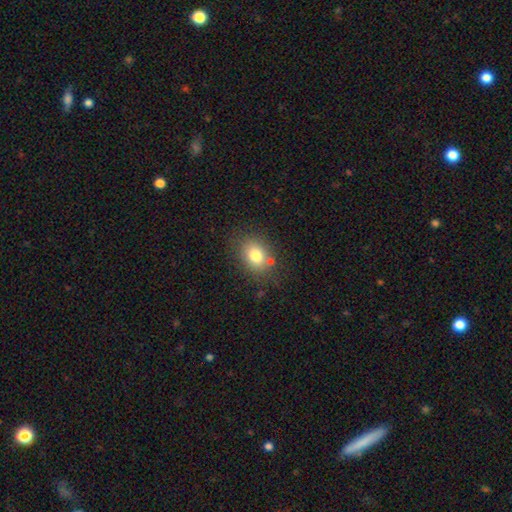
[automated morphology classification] This appears to be a smooth galaxy with no disk features (79%) that is in between round and cigar-shaped (60%). Merging: none (76%).